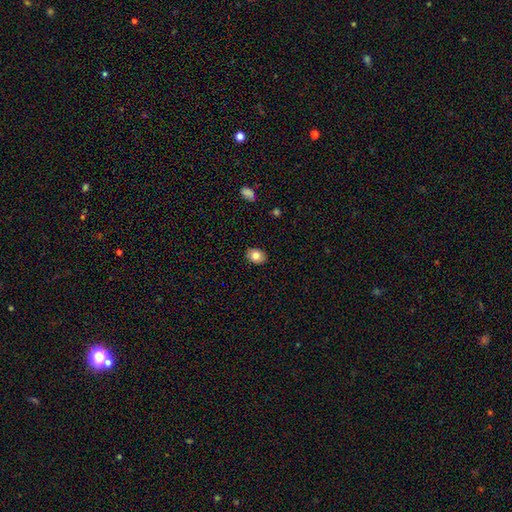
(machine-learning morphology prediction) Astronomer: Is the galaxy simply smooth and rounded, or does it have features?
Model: smooth — 79%.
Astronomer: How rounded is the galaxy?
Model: in between — 65%.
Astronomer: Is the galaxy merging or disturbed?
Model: none — 88%.